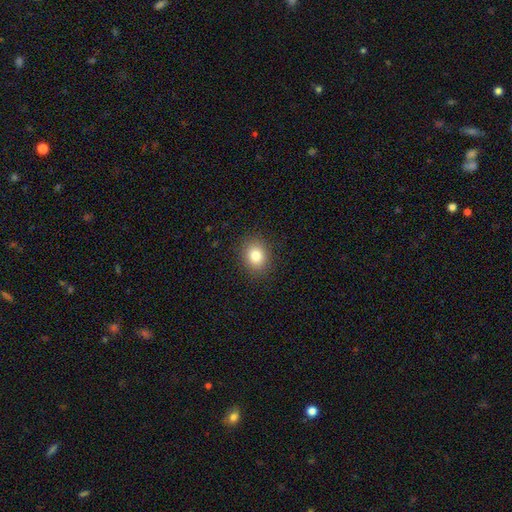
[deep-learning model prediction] A smooth galaxy with no disk features (83%) that is round (57%). Merging: none (89%).